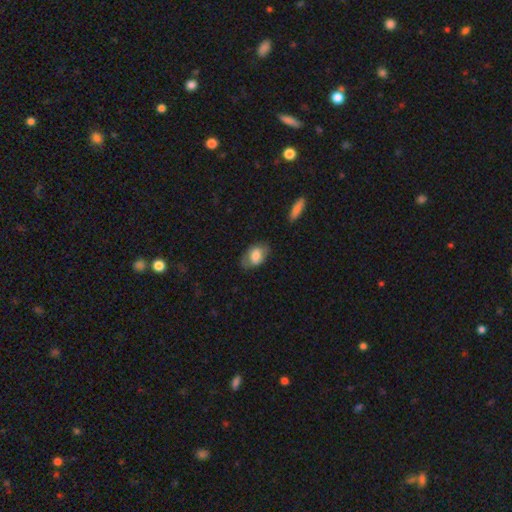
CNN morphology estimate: Smooth or featured? smooth (69%)
How rounded? in between (85%)
Merging? none (67%)